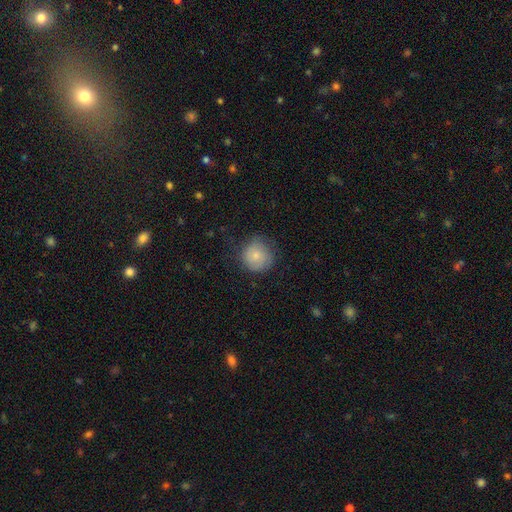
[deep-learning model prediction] smooth_or_featured: smooth (p=0.77) [alt: featured or disk p=0.15]
how_rounded: round (p=0.92) [alt: in between p=0.07]
merging: none (p=0.69) [alt: minor disturbance p=0.23]